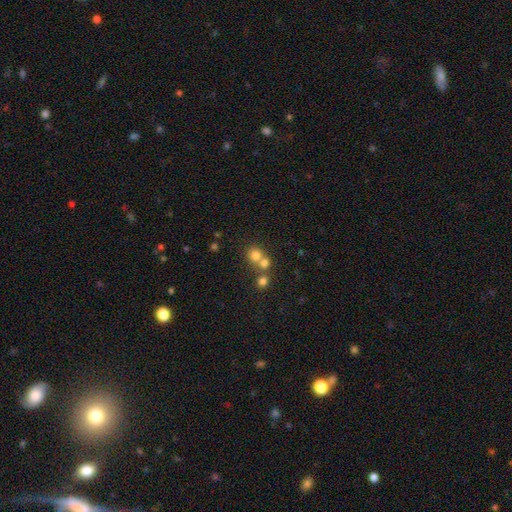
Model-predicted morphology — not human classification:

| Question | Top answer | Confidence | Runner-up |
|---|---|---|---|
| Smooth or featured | smooth | 74% | star or artifact (15%) |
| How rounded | round | 84% | in between (15%) |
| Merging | merger | 48% | none (43%) |